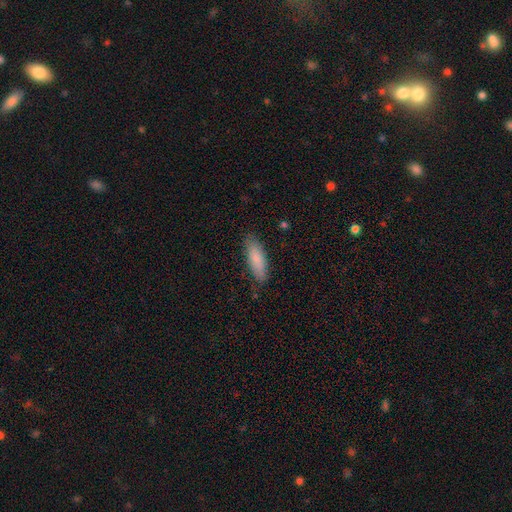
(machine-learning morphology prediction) type=smooth (84%); roundness=cigar-shaped (53%); merging=none (83%).